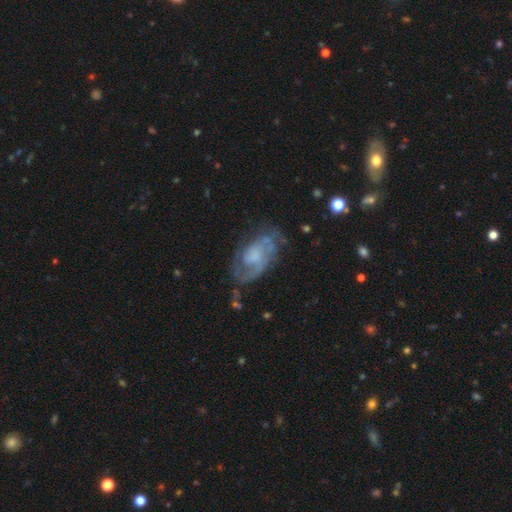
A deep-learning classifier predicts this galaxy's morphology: This appears to be a featured or disk galaxy (76%) with no bar (63%), 2 (55%) medium (45%) spiral arms (87%) and no central bulge (32%). Merging: none (59%).